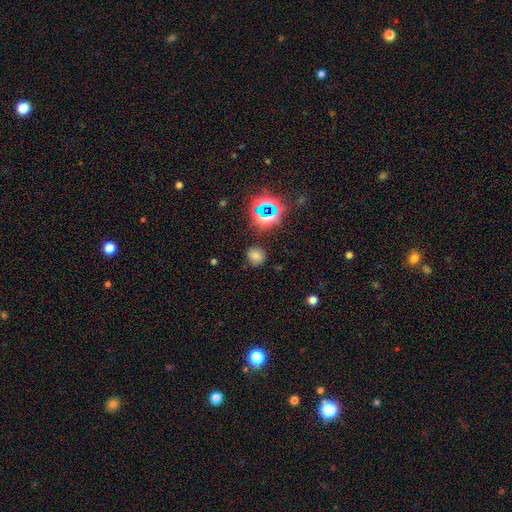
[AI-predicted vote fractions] The model was most divided on "smooth or featured": smooth: 65%, star or artifact: 27%, featured or disk: 8%. More confident: merging — none (83%); how rounded — round (76%).